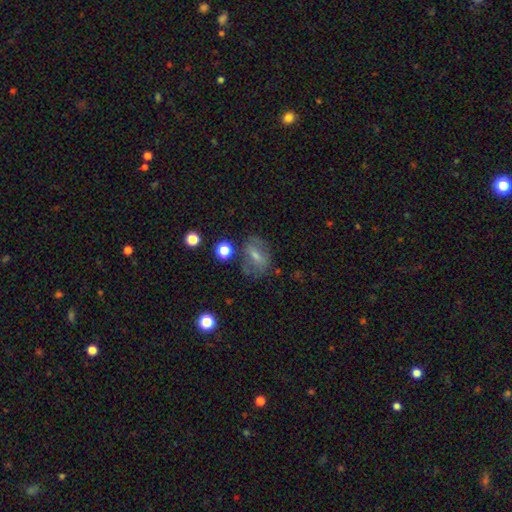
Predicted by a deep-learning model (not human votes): Smooth or featured: smooth — 45% (featured or disk — 40%)
Merging: none — 65% (minor disturbance — 19%)